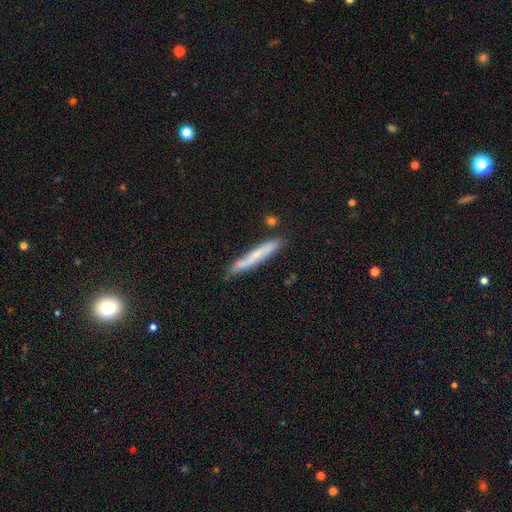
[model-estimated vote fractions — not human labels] A smooth galaxy with no disk features (55%) that is cigar-shaped (95%). Merging: none (76%).